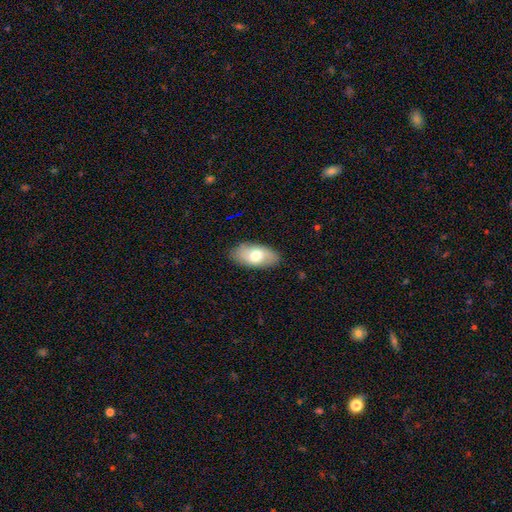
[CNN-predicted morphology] This is likely a smooth galaxy (67%). How rounded: clearly in between (93%). Merging: clearly none (85%).